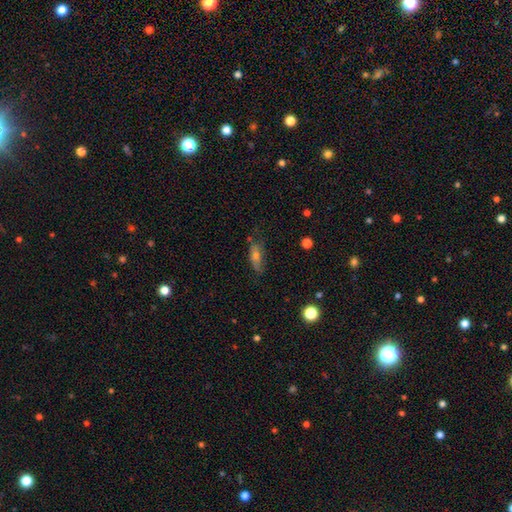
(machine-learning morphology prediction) The model was most divided on "smooth or featured": smooth: 53%, featured or disk: 33%, star or artifact: 14%. More confident: merging — none (63%); how rounded — in between (59%).